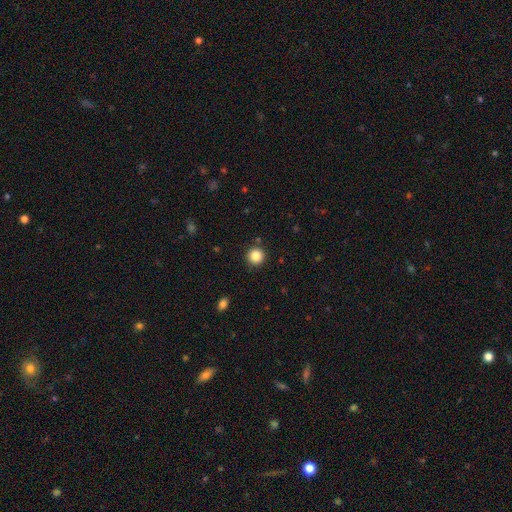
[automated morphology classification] The model was most divided on "smooth or featured": smooth: 86%, star or artifact: 10%, featured or disk: 4%. More confident: how rounded — round (96%); merging — none (91%).